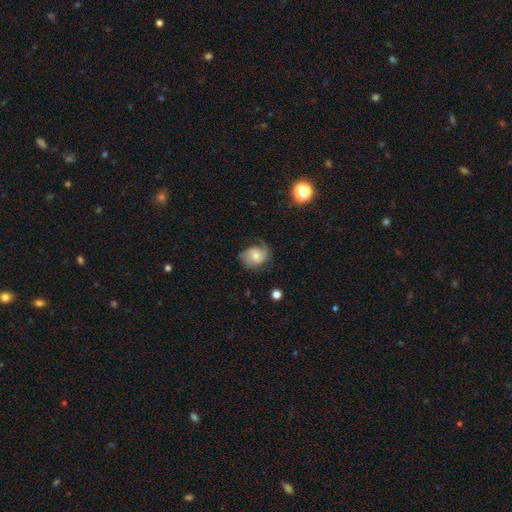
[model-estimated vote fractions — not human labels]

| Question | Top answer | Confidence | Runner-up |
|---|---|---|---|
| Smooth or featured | featured or disk | 57% | smooth (34%) |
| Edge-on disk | no | 97% | yes (3%) |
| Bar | no | 68% | weak (28%) |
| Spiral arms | yes | 89% | no (11%) |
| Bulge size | moderate | 49% | small (41%) |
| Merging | none | 58% | minor disturbance (26%) |